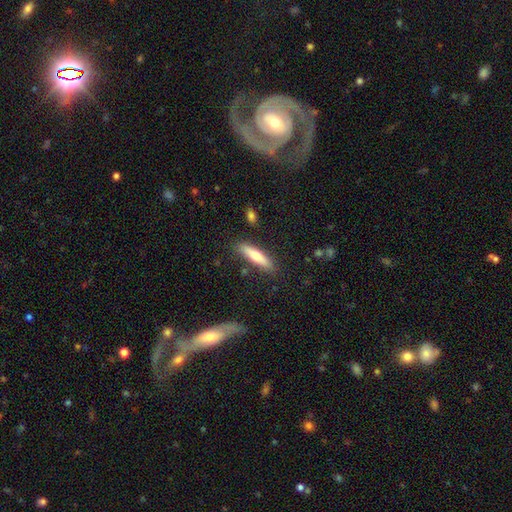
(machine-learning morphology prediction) This appears to be a smooth galaxy with no disk features (69%) that is cigar-shaped (79%). Merging: none (83%).